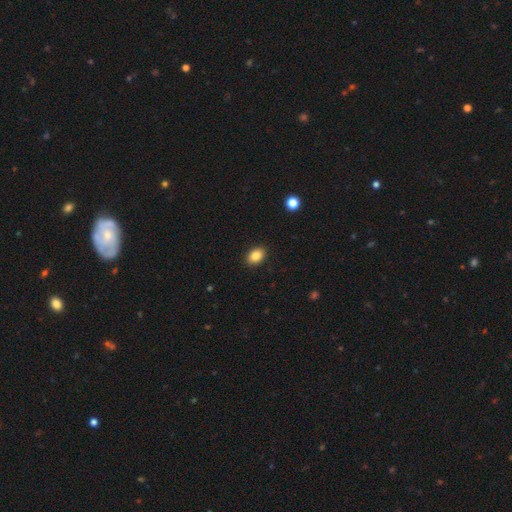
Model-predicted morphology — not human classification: Smooth or featured?
  - smooth: 86% *
  - star or artifact: 9%
  - featured or disk: 6%
How rounded?
  - in between: 82% *
  - round: 17%
  - cigar-shaped: 1%
Merging?
  - none: 90% *
  - minor disturbance: 7%
  - major disturbance: 2%
  - merger: 1%